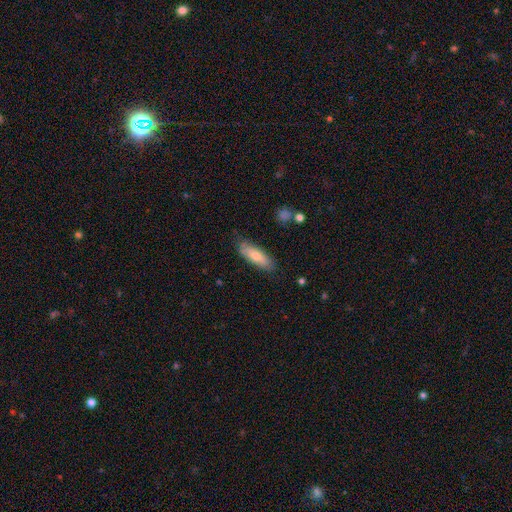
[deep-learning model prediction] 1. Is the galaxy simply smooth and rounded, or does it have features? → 73% smooth, 21% featured or disk, 6% star or artifact.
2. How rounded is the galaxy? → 54% in between, 44% cigar-shaped, 2% round.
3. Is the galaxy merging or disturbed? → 78% none, 17% minor disturbance, 3% major disturbance, 2% merger.